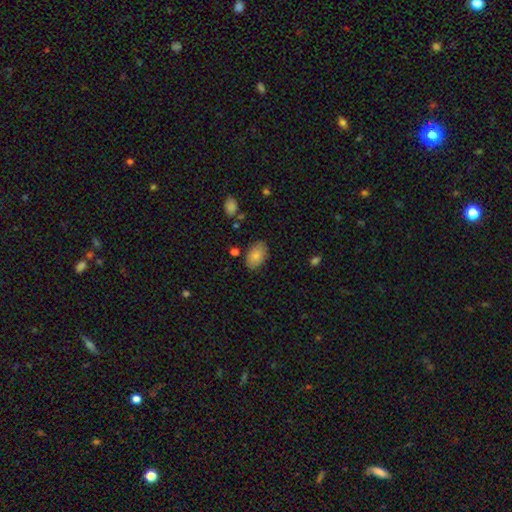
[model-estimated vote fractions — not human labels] Q: Smooth or featured?
A: smooth (82%); runner-up: featured or disk (11%)
Q: How rounded?
A: in between (91%); runner-up: round (8%)
Q: Merging?
A: none (82%); runner-up: minor disturbance (13%)